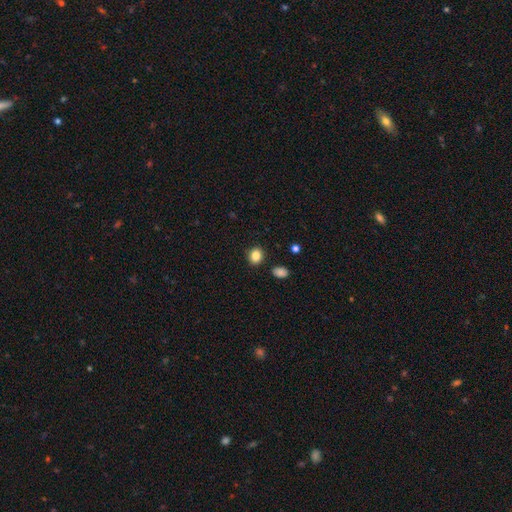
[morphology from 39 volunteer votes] Smooth or featured? smooth (90%)
How rounded? round (71%)
Merging? none (92%)